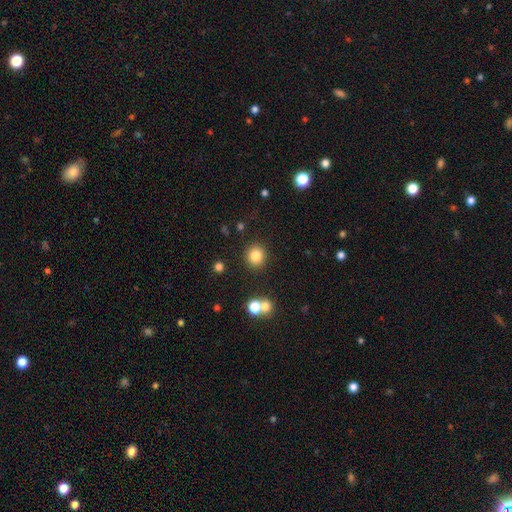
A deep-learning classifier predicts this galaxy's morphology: A smooth galaxy with no disk features (82%) that is round (89%). Merging: none (87%).